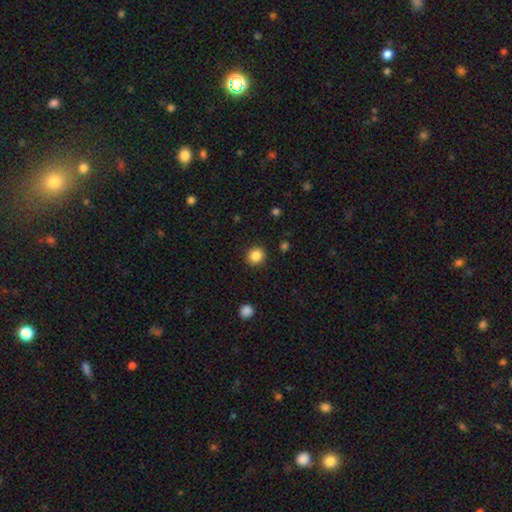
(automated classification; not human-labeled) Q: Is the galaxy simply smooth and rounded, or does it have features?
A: smooth — 86%.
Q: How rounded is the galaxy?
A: round — 83%.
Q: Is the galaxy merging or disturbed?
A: none — 90%.